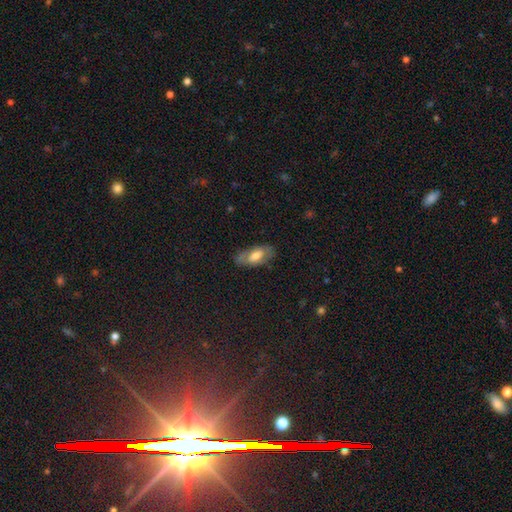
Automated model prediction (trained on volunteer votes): Smooth or featured? smooth (54%)
How rounded? in between (87%)
Merging? none (75%)